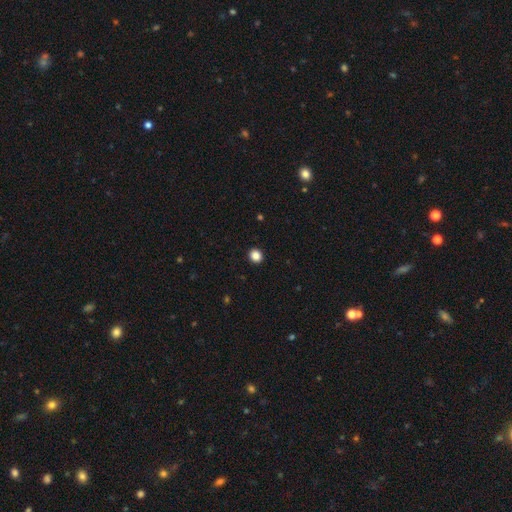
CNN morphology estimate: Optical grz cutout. It shows a smooth galaxy with no disk features (86%) that is round (88%). Merging: none (93%).